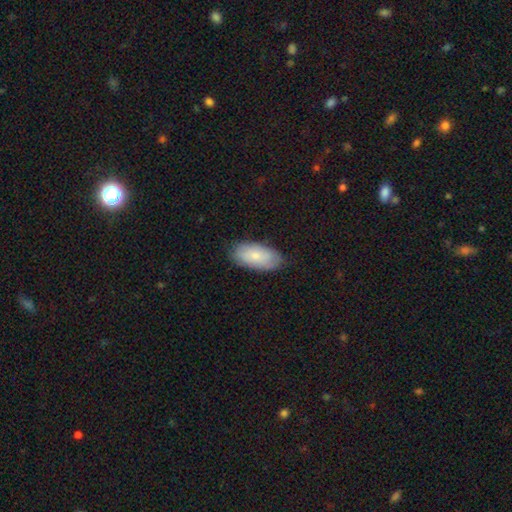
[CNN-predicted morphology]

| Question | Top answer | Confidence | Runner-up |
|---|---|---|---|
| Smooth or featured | smooth | 78% | featured or disk (16%) |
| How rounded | in between | 93% | cigar-shaped (4%) |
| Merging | none | 82% | minor disturbance (14%) |